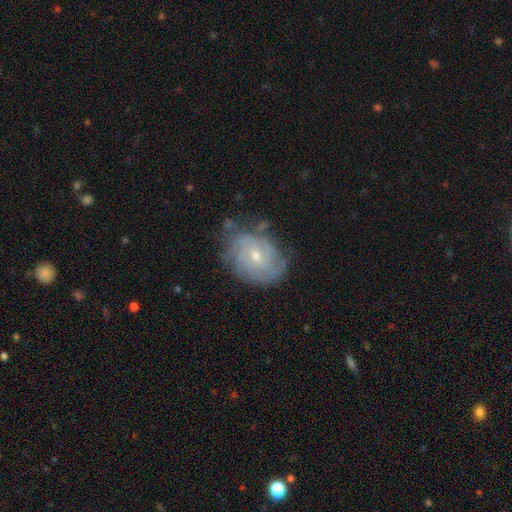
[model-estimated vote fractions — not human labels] The model was most divided on "bar": weak: 48%, no: 44%, strong: 8%. Remaining: edge-on disk — no (97%); spiral arms — yes (92%); smooth or featured — featured or disk (79%); spiral winding — tight (67%); merging — none (64%); bulge size — small (59%); spiral arm count — can't tell (43%).